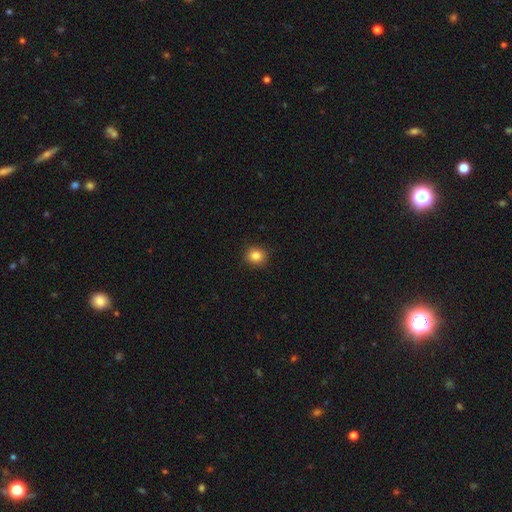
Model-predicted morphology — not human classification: Smooth or featured: smooth — 84% (star or artifact — 11%)
How rounded: round — 84% (in between — 15%)
Merging: none — 90% (minor disturbance — 7%)